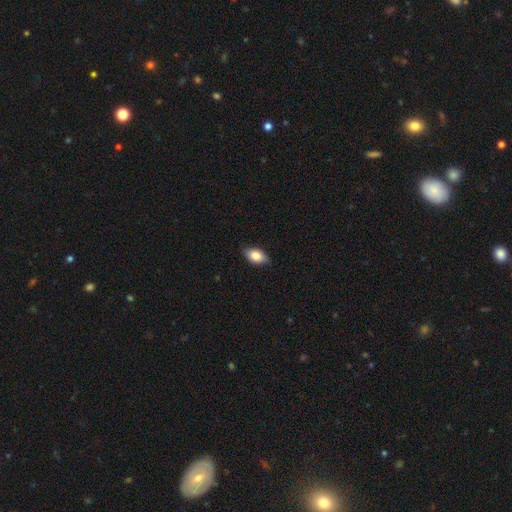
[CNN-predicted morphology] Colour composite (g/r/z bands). It shows a smooth galaxy with no disk features (82%) that is in between round and cigar-shaped (91%). Merging: none (85%).